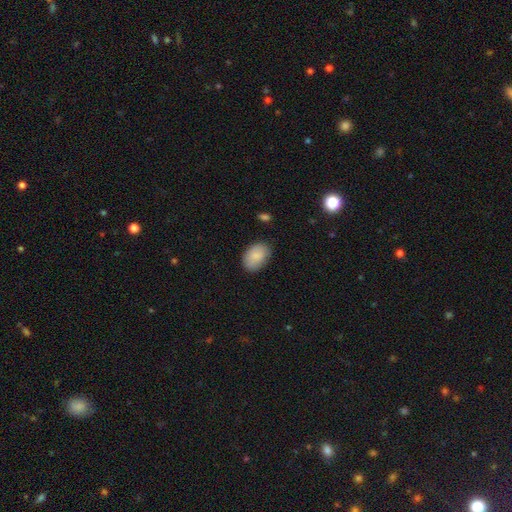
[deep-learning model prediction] Smooth or featured?
  - smooth: 86% *
  - featured or disk: 8%
  - star or artifact: 6%
How rounded?
  - in between: 86% *
  - round: 13%
  - cigar-shaped: 1%
Merging?
  - none: 80% *
  - minor disturbance: 16%
  - major disturbance: 3%
  - merger: 1%